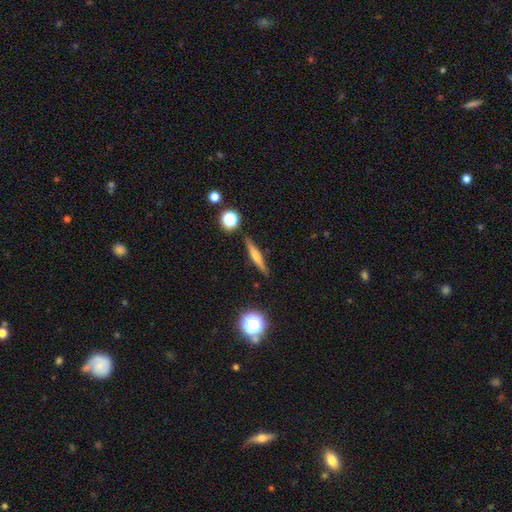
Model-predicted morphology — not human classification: This is possibly a featured or disk galaxy (51%). It is clearly viewed edge-on (96%). Merging: clearly none (90%).